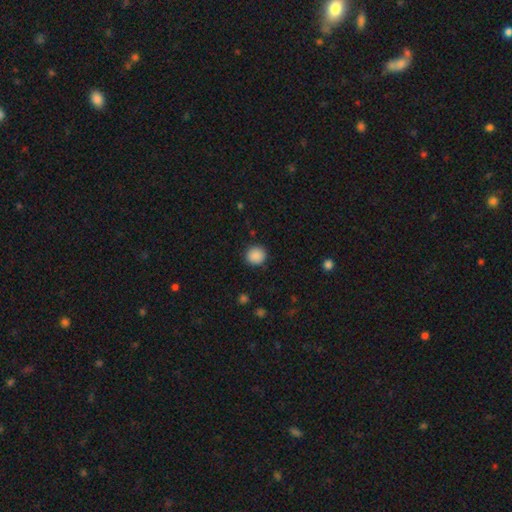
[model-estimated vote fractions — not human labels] The model was most divided on "smooth or featured": smooth: 88%, star or artifact: 9%, featured or disk: 3%. More confident: how rounded — round (91%); merging — none (90%).